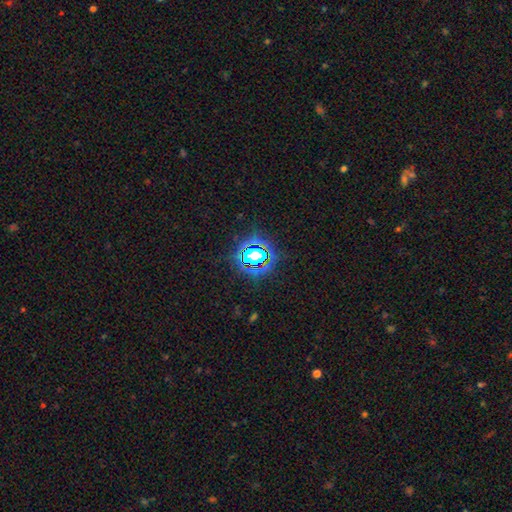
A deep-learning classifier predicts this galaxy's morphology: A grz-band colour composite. It shows a star or artifact, not a galaxy (66%).